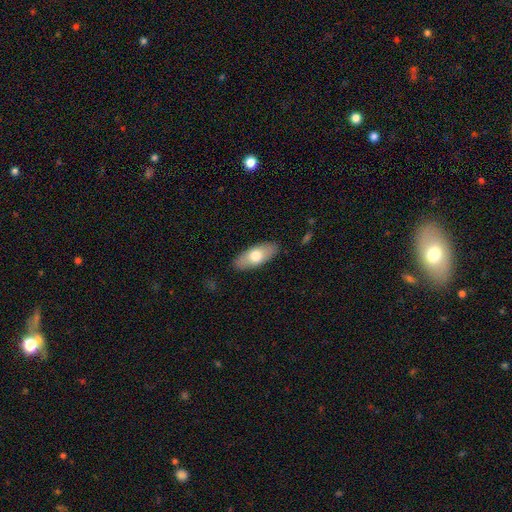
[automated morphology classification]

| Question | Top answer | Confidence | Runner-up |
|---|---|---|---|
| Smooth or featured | smooth | 69% | featured or disk (26%) |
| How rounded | in between | 83% | cigar-shaped (14%) |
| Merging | none | 88% | minor disturbance (9%) |